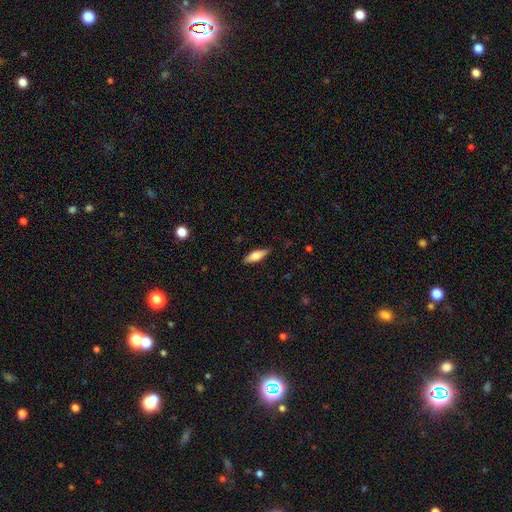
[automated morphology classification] Smooth or featured? smooth (70%)
How rounded? in between (57%)
Merging? none (87%)